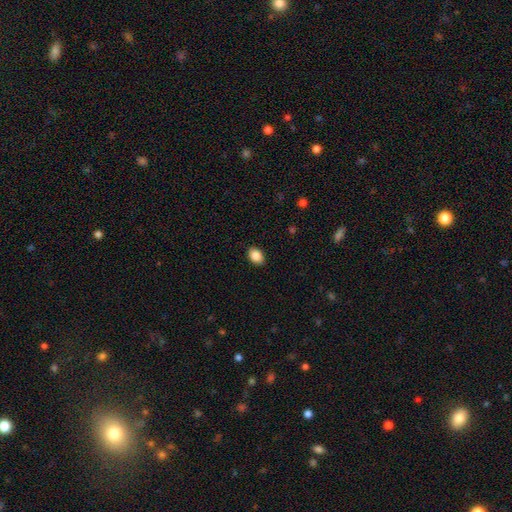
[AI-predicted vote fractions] A smooth galaxy with no disk features (88%) that is in between round and cigar-shaped (79%).

Vote fractions:
- Smooth or featured? smooth: 88% / star or artifact: 8% / featured or disk: 4%
- How rounded? in between: 79% / round: 20% / cigar-shaped: 1%
- Merging? none: 90% / minor disturbance: 8% / major disturbance: 2% / merger: 1%